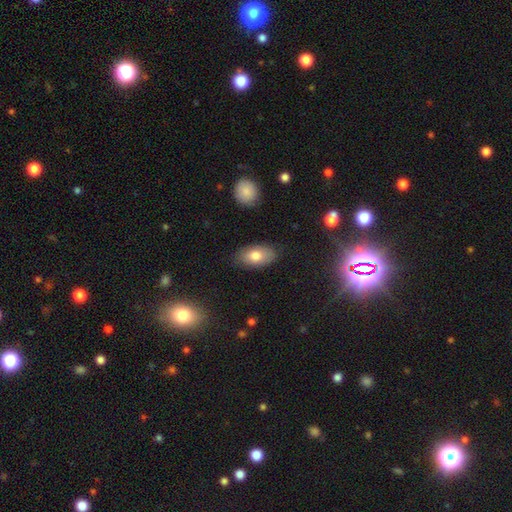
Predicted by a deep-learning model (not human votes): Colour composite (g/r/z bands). It shows a smooth galaxy with no disk features (78%) that is in between round and cigar-shaped (93%). Merging: none (83%).